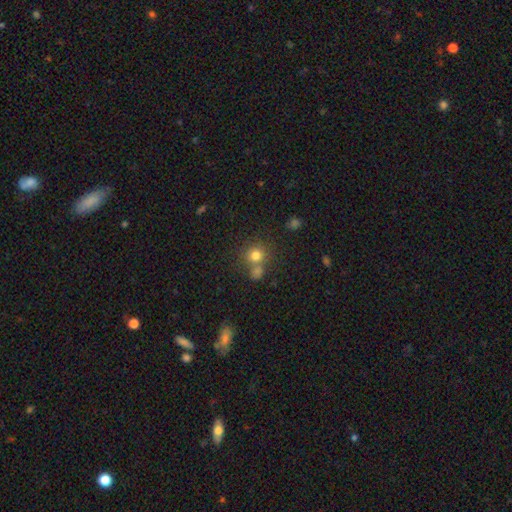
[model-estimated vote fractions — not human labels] A smooth galaxy with no disk features (77%) that is round (85%). Merging: none (59%).